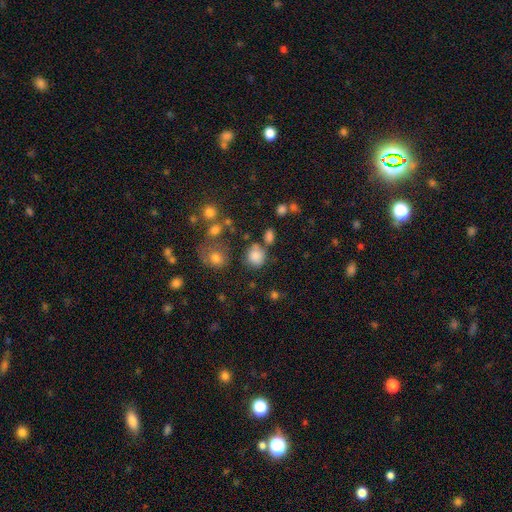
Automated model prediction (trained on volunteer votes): Q: Smooth or featured?
A: smooth (80%); runner-up: star or artifact (12%)
Q: How rounded?
A: round (77%); runner-up: in between (22%)
Q: Merging?
A: none (63%); runner-up: minor disturbance (16%)